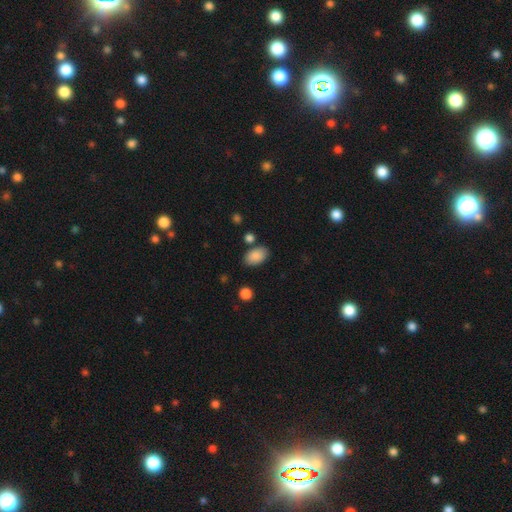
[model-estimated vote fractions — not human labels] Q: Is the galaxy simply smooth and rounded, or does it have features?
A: smooth — 88%.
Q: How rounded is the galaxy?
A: in between — 92%.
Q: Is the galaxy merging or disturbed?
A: none — 79%.